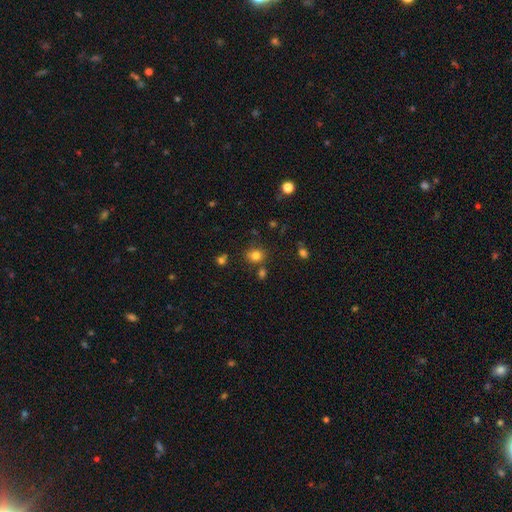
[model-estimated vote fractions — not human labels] Smooth or featured?
  - smooth: 79% *
  - star or artifact: 14%
  - featured or disk: 6%
How rounded?
  - round: 68% *
  - in between: 31%
  - cigar-shaped: 1%
Merging?
  - none: 77% *
  - minor disturbance: 12%
  - merger: 8%
  - major disturbance: 4%